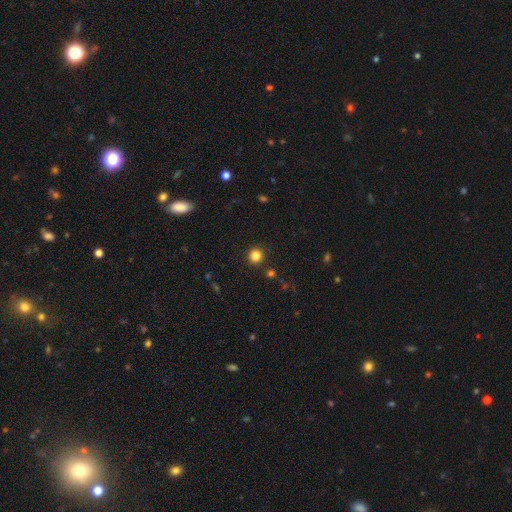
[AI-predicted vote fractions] smooth 83%, star or artifact 13%, featured or disk 4%. Down the decision tree: how rounded — round (94%); merging — none (91%).